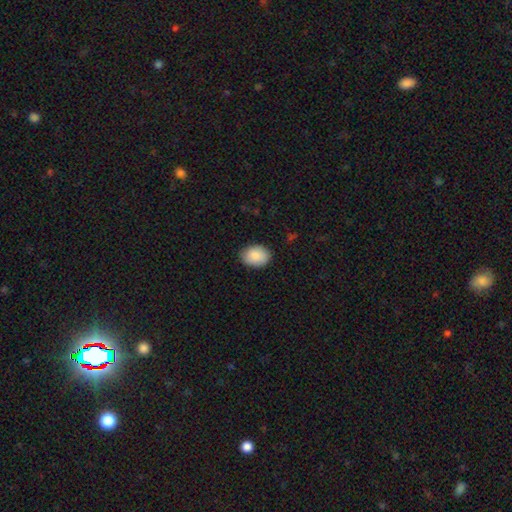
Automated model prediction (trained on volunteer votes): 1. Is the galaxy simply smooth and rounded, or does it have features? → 88% smooth, 6% star or artifact, 5% featured or disk.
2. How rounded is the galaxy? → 70% in between, 29% round, 1% cigar-shaped.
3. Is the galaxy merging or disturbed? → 85% none, 11% minor disturbance, 2% major disturbance, 1% merger.